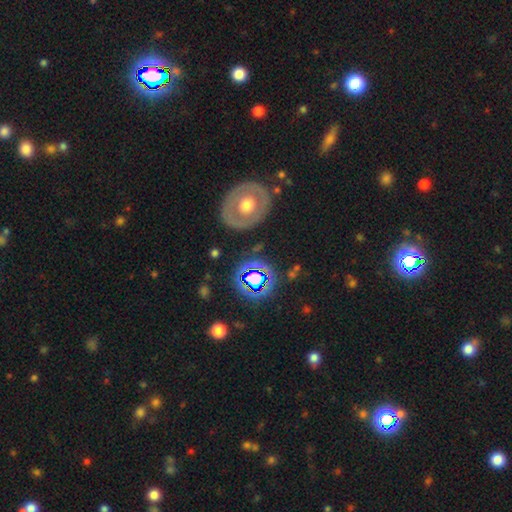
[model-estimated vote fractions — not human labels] A featured or disk galaxy (48%). Merging: none (81%).